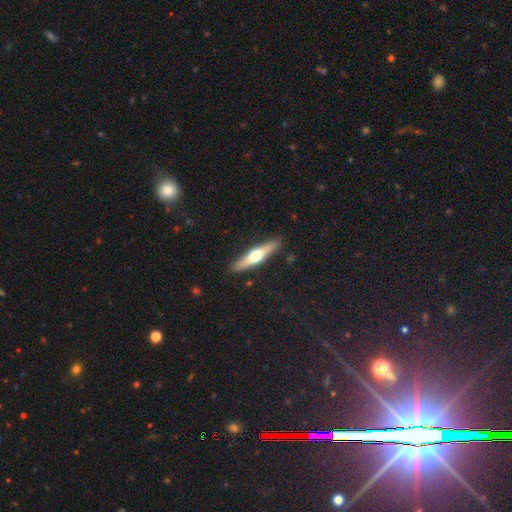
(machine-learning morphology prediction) featured or disk 58%, smooth 37%, star or artifact 5%. Down the decision tree: edge-on disk — yes (95%); edge-on bulge — rounded (94%); merging — none (89%).